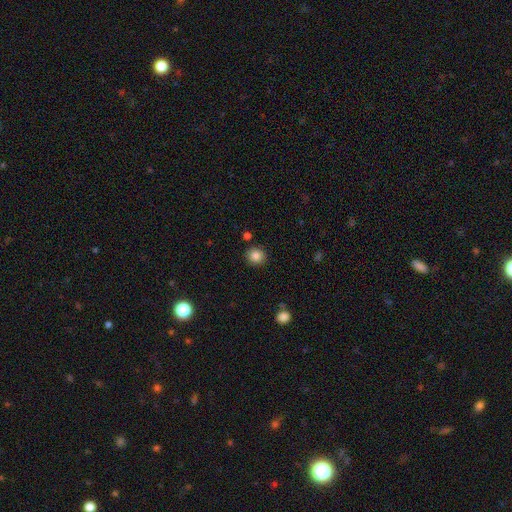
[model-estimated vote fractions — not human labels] The model was most divided on "smooth or featured": smooth: 85%, star or artifact: 10%, featured or disk: 5%. More confident: how rounded — round (90%); merging — none (89%).